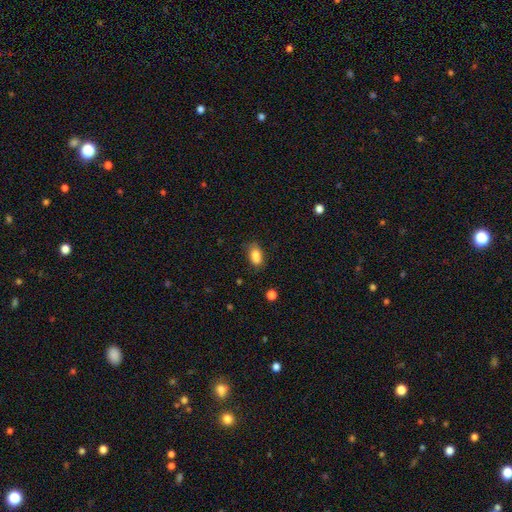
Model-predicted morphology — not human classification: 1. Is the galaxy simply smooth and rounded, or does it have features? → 83% smooth, 9% star or artifact, 8% featured or disk.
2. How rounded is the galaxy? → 87% in between, 9% round, 3% cigar-shaped.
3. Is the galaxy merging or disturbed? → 65% none, 22% minor disturbance, 8% merger, 5% major disturbance.